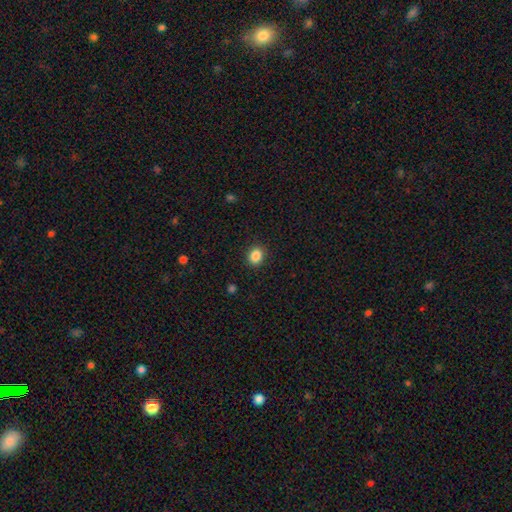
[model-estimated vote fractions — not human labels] smooth-or-featured: smooth: 86% | star or artifact: 10% | featured or disk: 4%
  how-rounded: round: 57% | in between: 42% | cigar-shaped: 1%
  merging: none: 90% | minor disturbance: 7% | major disturbance: 2% | merger: 1%